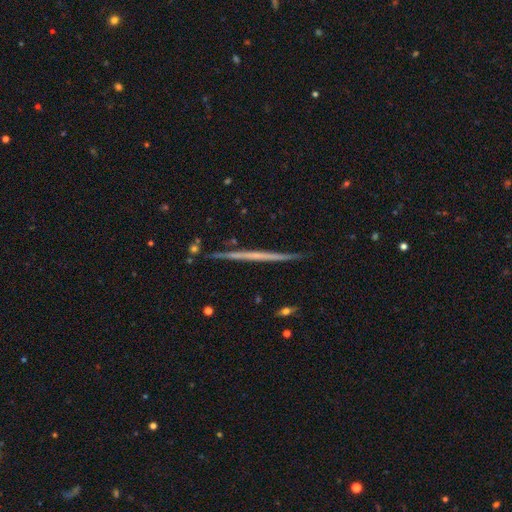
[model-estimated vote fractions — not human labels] Overall: featured or disk (65%; smooth 29%). Edge-on disk: yes (98%). Edge-on bulge: none (87%). Merging: none (91%).